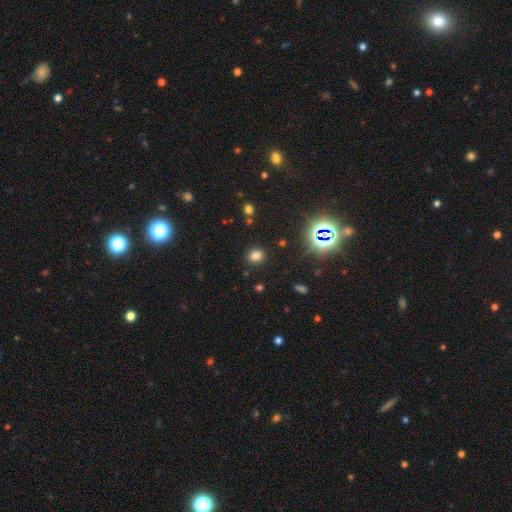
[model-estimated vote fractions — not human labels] Smooth or featured? smooth (74%)
How rounded? round (62%)
Merging? none (87%)